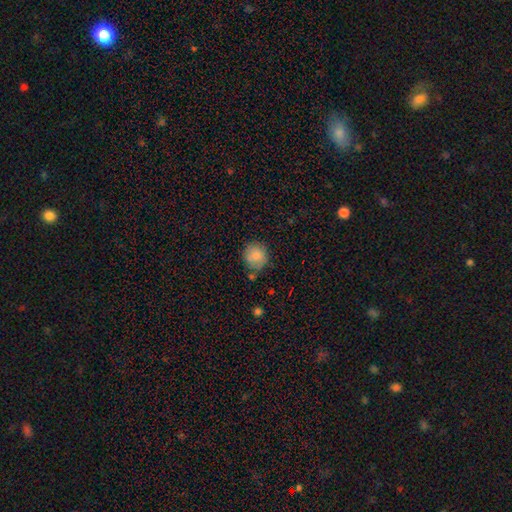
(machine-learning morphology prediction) Smooth or featured?
  - smooth: 84% *
  - star or artifact: 8%
  - featured or disk: 7%
How rounded?
  - round: 88% *
  - in between: 11%
  - cigar-shaped: 1%
Merging?
  - none: 74% *
  - minor disturbance: 16%
  - merger: 6%
  - major disturbance: 4%